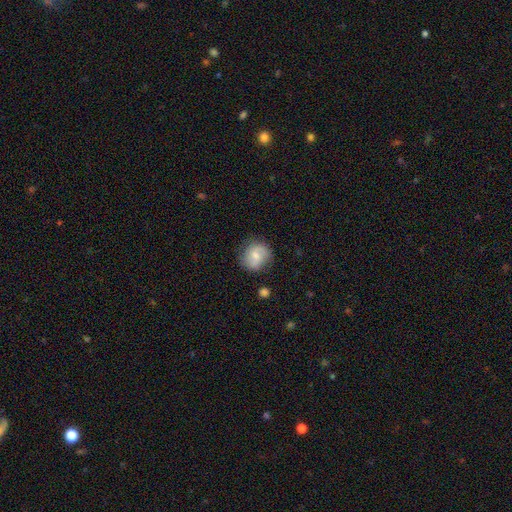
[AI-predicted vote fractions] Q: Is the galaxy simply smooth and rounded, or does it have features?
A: smooth — 56%.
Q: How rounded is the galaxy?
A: round — 82%.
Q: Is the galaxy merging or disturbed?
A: none — 77%.